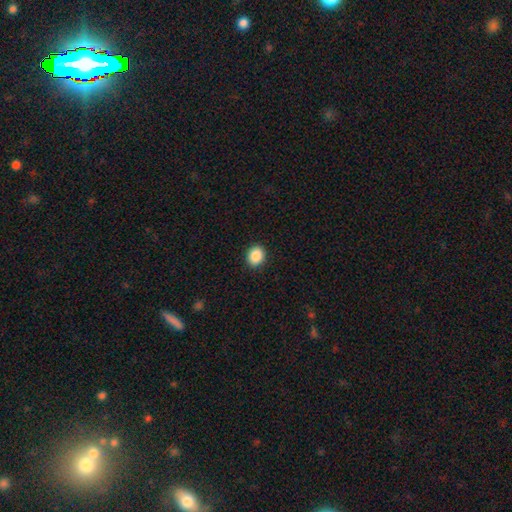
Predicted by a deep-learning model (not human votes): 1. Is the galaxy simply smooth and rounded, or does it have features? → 88% smooth, 9% star or artifact, 3% featured or disk.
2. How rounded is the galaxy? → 60% round, 39% in between, 1% cigar-shaped.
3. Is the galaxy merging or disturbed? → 91% none, 6% minor disturbance, 2% major disturbance, 1% merger.